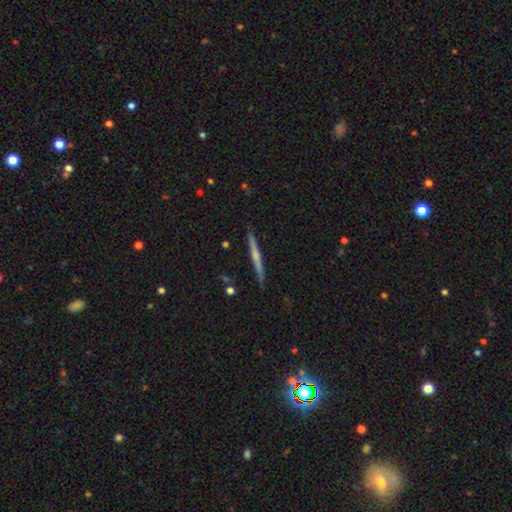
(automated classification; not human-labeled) smooth-or-featured: featured or disk: 62% | smooth: 32% | star or artifact: 6%
  disk-edge-on: yes: 98% | no: 2%
    edge-on-bulge: rounded: 53% | none: 41% | boxy: 6%
  merging: none: 89% | minor disturbance: 8% | major disturbance: 1% | merger: 1%